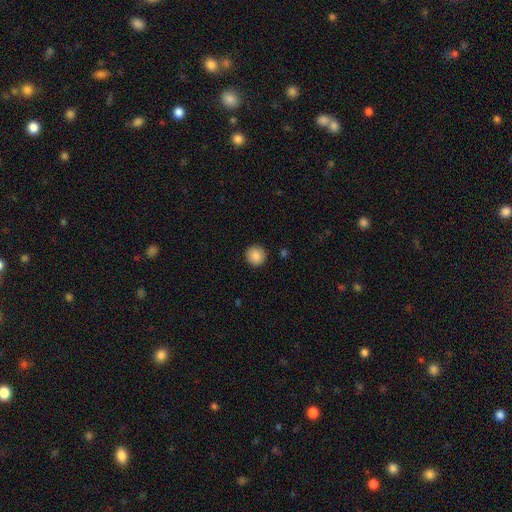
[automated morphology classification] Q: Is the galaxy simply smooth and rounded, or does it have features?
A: smooth — 87%.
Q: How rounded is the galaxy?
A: round — 94%.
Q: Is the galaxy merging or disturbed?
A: none — 92%.